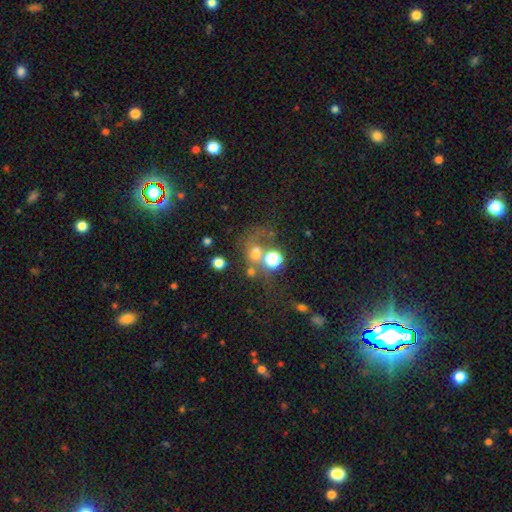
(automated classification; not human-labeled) This is possibly a smooth galaxy (57%). How rounded: likely round (70%). Merging: marginally none (42%).